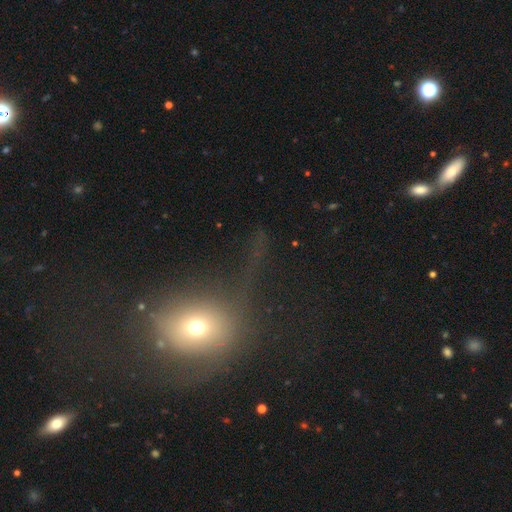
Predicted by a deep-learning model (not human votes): Q: Smooth or featured?
A: smooth (47%); runner-up: star or artifact (33%)
Q: Merging?
A: none (51%); runner-up: major disturbance (27%)